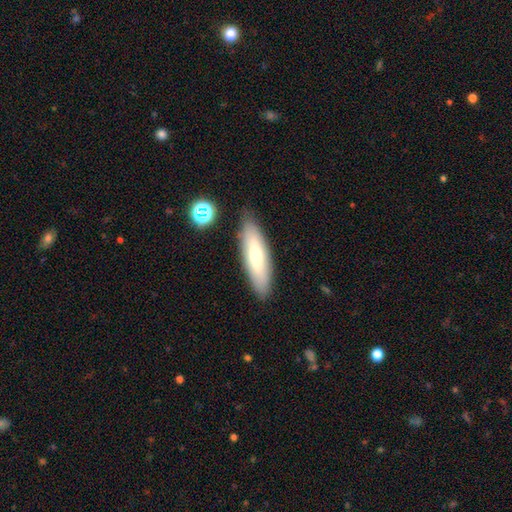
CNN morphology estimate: A smooth galaxy with no disk features (60%) that is cigar-shaped (60%). Merging: none (84%).